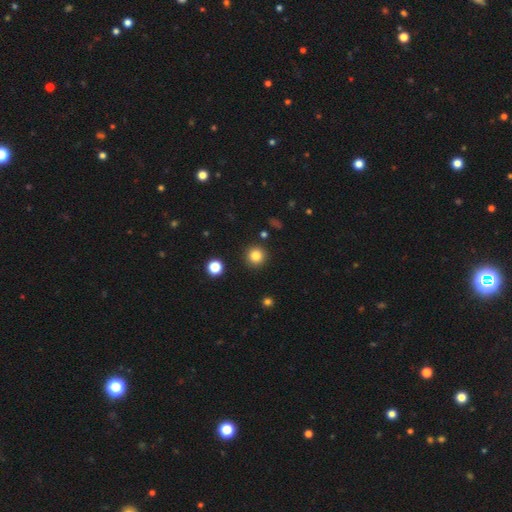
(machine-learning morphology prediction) Smooth or featured? Predicted: smooth (p=0.83). How rounded? Predicted: round (p=0.95). Merging? Predicted: none (p=0.91).